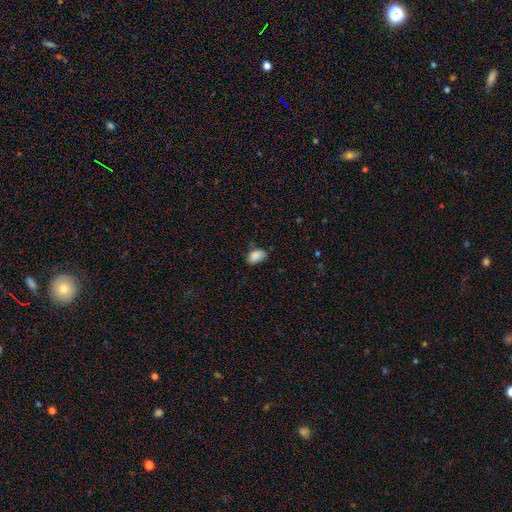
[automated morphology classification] Smooth or featured? Predicted: smooth (p=0.87). How rounded? Predicted: in between (p=0.89). Merging? Predicted: none (p=0.68).